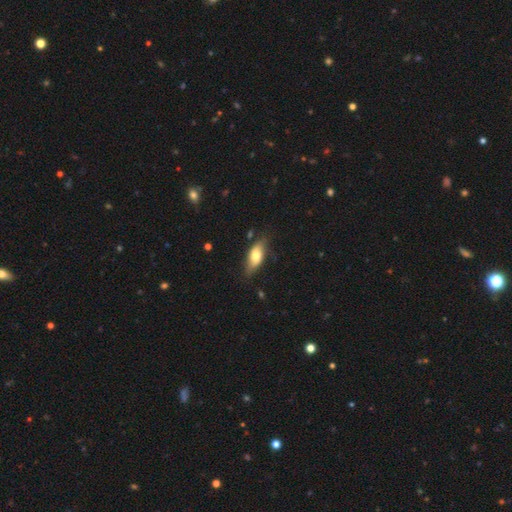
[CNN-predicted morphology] Smooth or featured? smooth (69%)
How rounded? in between (81%)
Merging? none (72%)